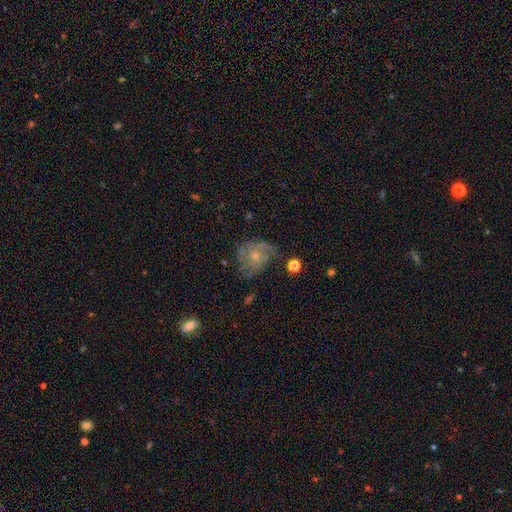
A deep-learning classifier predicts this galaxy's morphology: This is possibly a featured or disk galaxy (59%). It is clearly not viewed edge-on (97%). Bar: clearly no (82%). Spiral arm pattern: likely yes (72%). Central bulge: possibly small (54%). Merging: possibly none (49%).